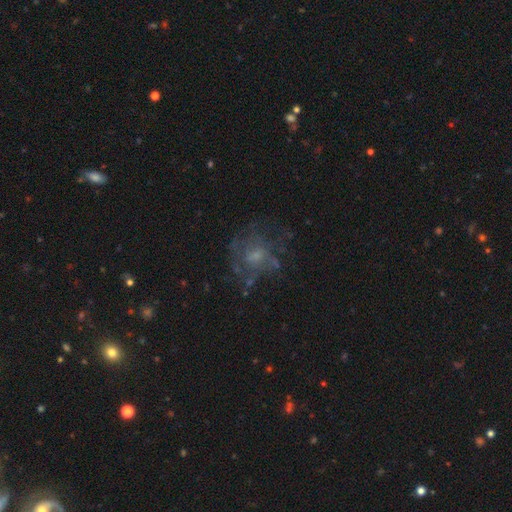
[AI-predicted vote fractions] A featured or disk galaxy (56%) with no bar (74%), no spiral arms (51%) and a small central bulge (47%). Merging: none (55%).